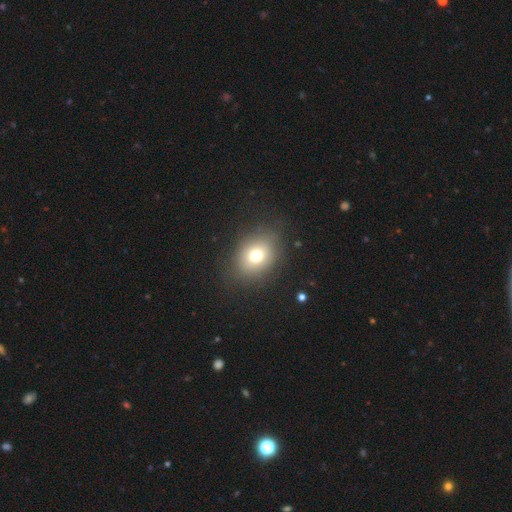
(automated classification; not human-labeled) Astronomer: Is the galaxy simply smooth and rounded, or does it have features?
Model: smooth — 74%.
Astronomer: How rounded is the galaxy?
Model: in between — 54% (runner-up: round, 45%).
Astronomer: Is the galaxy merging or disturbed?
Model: none — 83%.